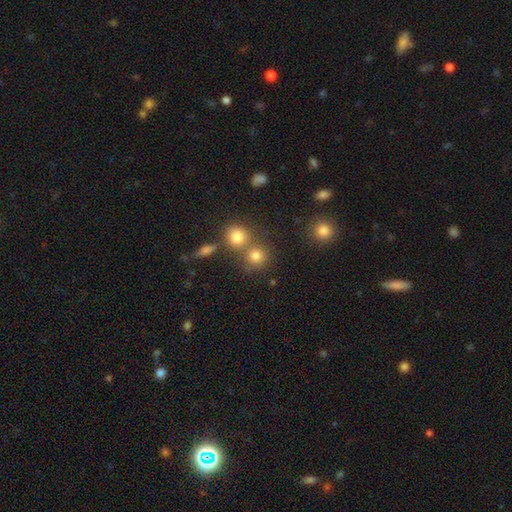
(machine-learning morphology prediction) type=smooth (79%); roundness=round (86%); merging=none (57%).